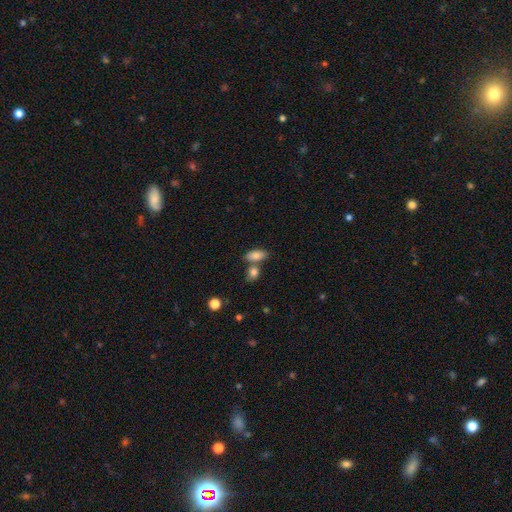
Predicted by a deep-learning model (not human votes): smooth 82%, featured or disk 10%, star or artifact 8%. Down the decision tree: how rounded — in between (83%); merging — none (57%).